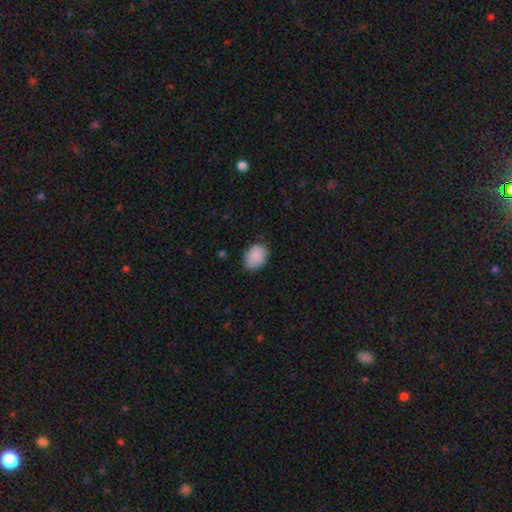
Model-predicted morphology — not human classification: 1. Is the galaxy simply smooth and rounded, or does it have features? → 89% smooth, 7% star or artifact, 4% featured or disk.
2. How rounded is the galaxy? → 71% in between, 28% round, 1% cigar-shaped.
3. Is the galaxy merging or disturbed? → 81% none, 15% minor disturbance, 3% major disturbance, 1% merger.